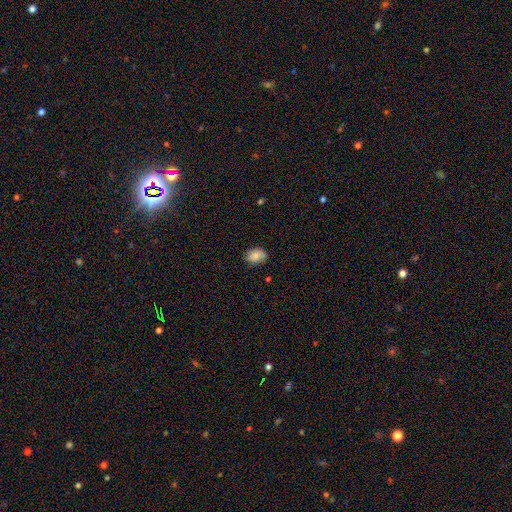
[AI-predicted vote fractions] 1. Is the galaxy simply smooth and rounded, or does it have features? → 83% smooth, 8% star or artifact, 8% featured or disk.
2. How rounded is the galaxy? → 74% in between, 25% round, 1% cigar-shaped.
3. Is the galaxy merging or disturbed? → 72% none, 22% minor disturbance, 4% major disturbance, 1% merger.